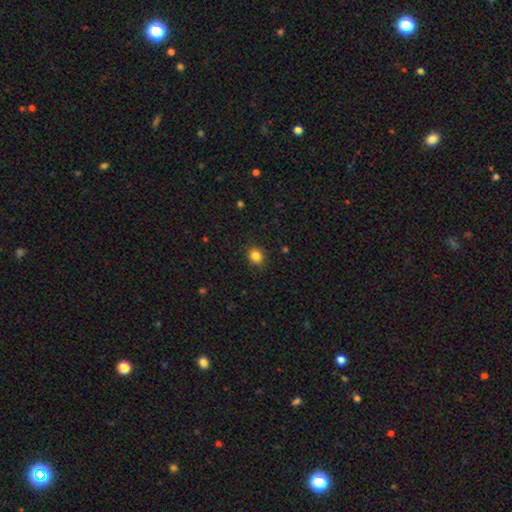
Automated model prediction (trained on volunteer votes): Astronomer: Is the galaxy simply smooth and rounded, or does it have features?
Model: smooth — 84%.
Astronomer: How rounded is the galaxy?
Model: round — 68%.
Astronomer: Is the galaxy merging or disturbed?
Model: none — 88%.